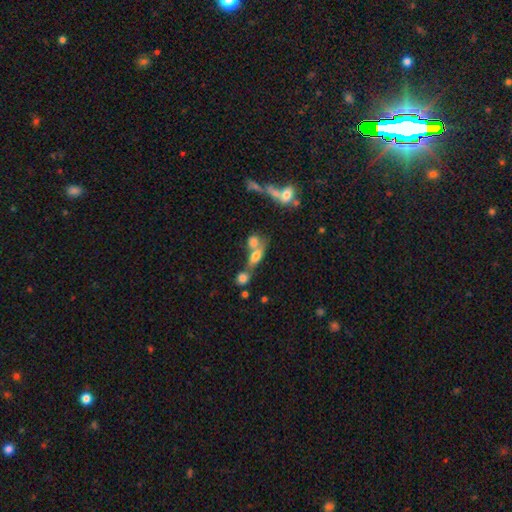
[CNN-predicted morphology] The model was most divided on "merging": merger: 51%, none: 31%, minor disturbance: 10%, major disturbance: 7%. More confident: smooth or featured — smooth (65%); how rounded — in between (63%).